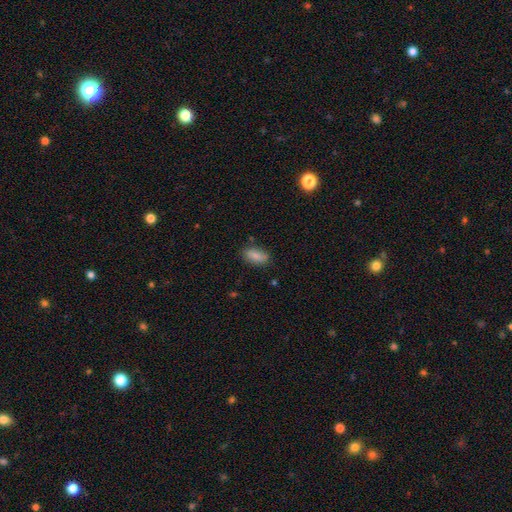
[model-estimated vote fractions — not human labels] smooth_or_featured: smooth (p=0.86) [alt: star or artifact p=0.07]
how_rounded: in between (p=0.86) [alt: cigar-shaped p=0.10]
merging: none (p=0.81) [alt: minor disturbance p=0.14]